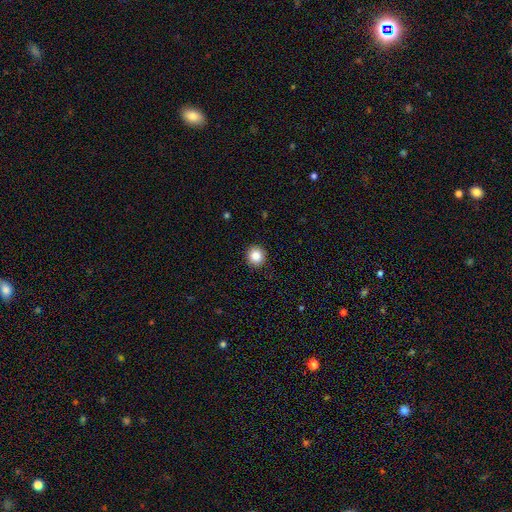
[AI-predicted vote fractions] This appears to be a smooth galaxy with no disk features (85%) that is round (93%). Merging: none (92%).